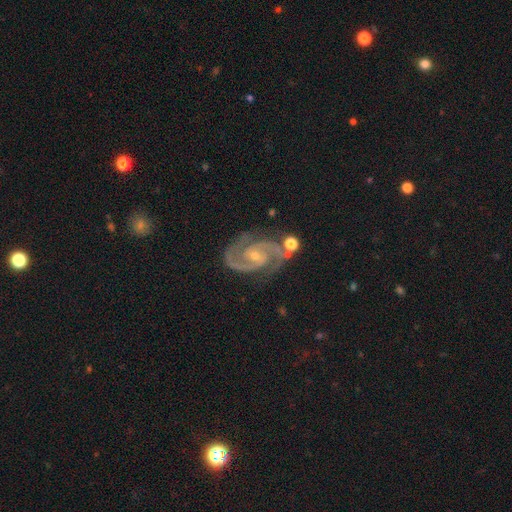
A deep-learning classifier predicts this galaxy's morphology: Smooth or featured?
  - featured or disk: 93% *
  - star or artifact: 5%
  - smooth: 2%
Edge-on disk?
  - no: 98% *
  - yes: 2%
Bar?
  - no: 50% *
  - weak: 36%
  - strong: 14%
Spiral arms?
  - yes: 99% *
  - no: 1%
Spiral winding?
  - medium: 53% *
  - tight: 41%
  - loose: 6%
Spiral arm count?
  - 2: 90% *
  - 3: 4%
  - can't tell: 2%
  - 1: 1%
  - 4: 1%
  - more than 4: 1%
Bulge size?
  - small: 69% *
  - moderate: 28%
  - none: 2%
  - large: 1%
  - dominant: 1%
Merging?
  - none: 74% *
  - minor disturbance: 16%
  - merger: 5%
  - major disturbance: 5%